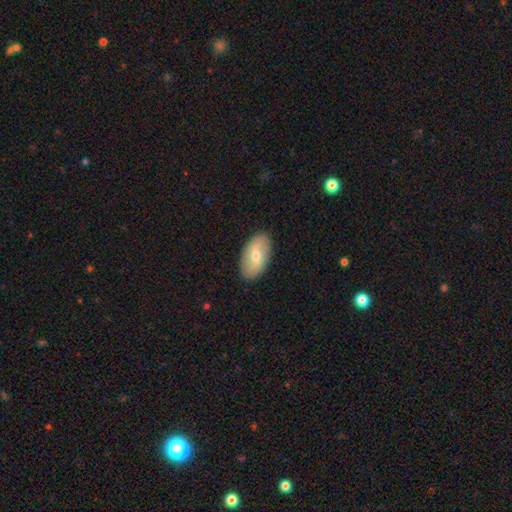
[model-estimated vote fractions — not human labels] Overall: smooth (57%; featured or disk 36%). How rounded: in between (93%). Merging: none (88%).